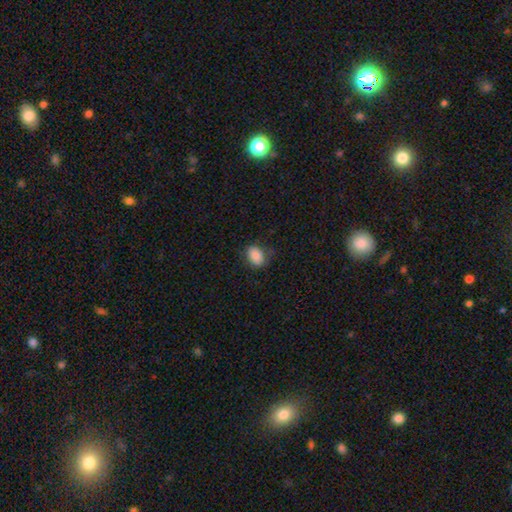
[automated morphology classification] type=smooth (84%); roundness=in between (76%); merging=none (72%).